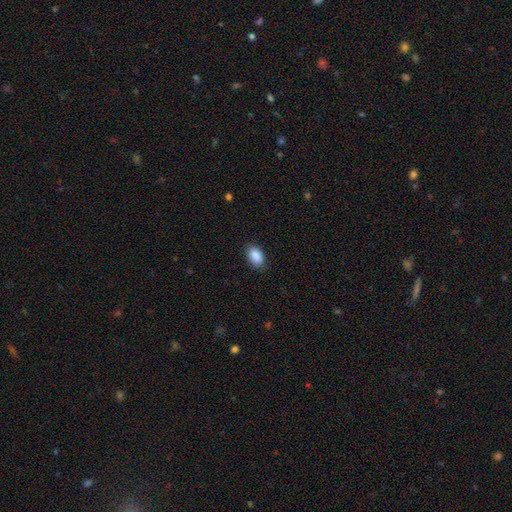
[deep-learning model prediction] Smooth or featured?
  - smooth: 90% *
  - star or artifact: 7%
  - featured or disk: 3%
How rounded?
  - in between: 91% *
  - round: 8%
  - cigar-shaped: 1%
Merging?
  - none: 86% *
  - minor disturbance: 11%
  - major disturbance: 2%
  - merger: 1%